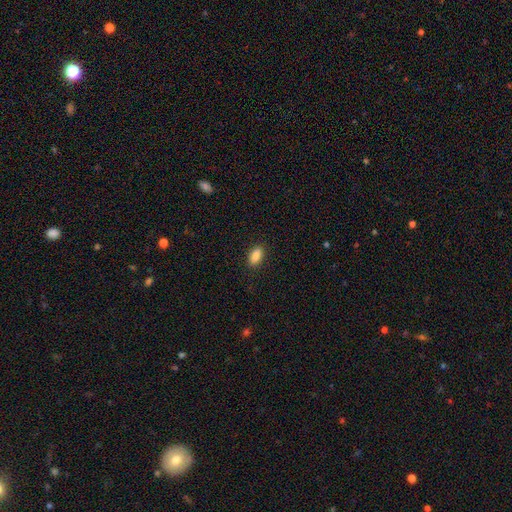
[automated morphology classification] Smooth or featured? smooth (87%)
How rounded? in between (89%)
Merging? none (89%)